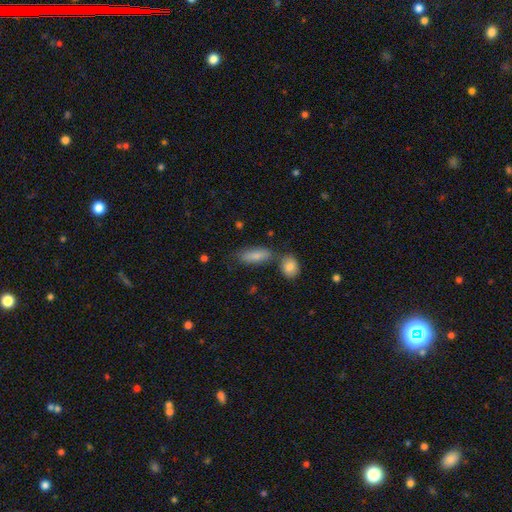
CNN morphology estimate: A smooth galaxy with no disk features (80%) that is in between round and cigar-shaped (73%).

Vote fractions:
- Smooth or featured? smooth: 80% / featured or disk: 13% / star or artifact: 7%
- How rounded? in between: 73% / cigar-shaped: 24% / round: 3%
- Merging? none: 60% / minor disturbance: 18% / merger: 17% / major disturbance: 5%